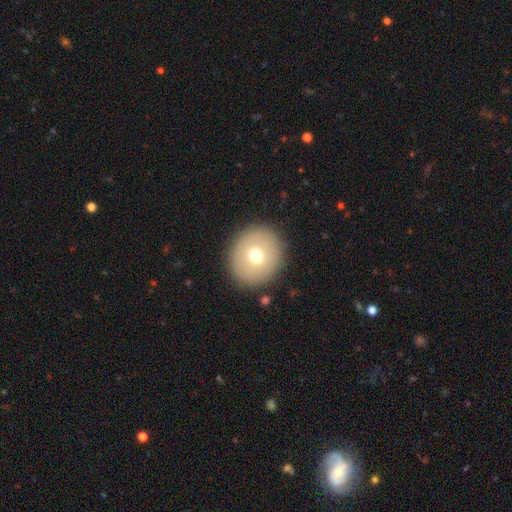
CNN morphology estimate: This is likely a smooth galaxy (68%). How rounded: clearly round (86%). Merging: clearly none (89%).